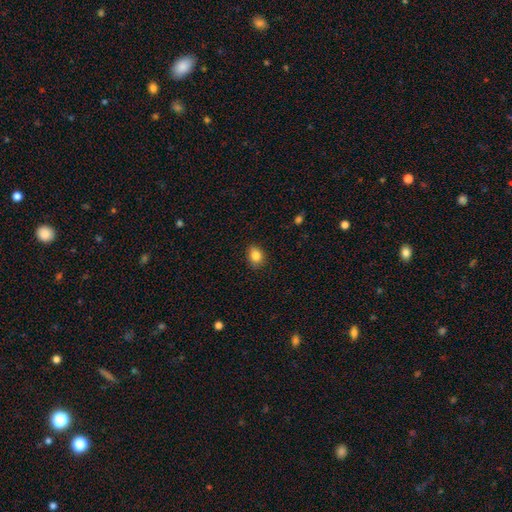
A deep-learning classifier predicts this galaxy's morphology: This is clearly a smooth galaxy (84%). How rounded: possibly in between (53%). Merging: clearly none (87%).